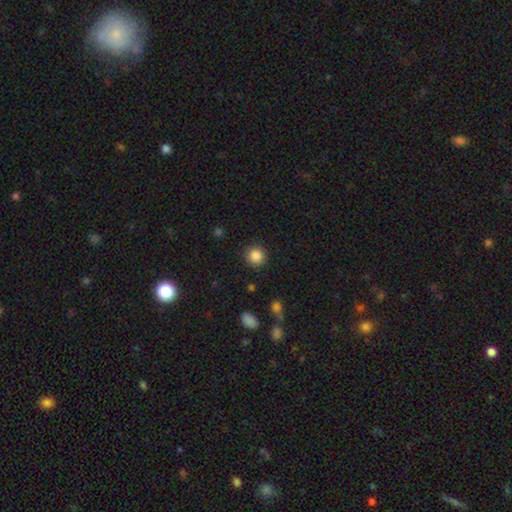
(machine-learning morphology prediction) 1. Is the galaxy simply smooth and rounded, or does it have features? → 86% smooth, 10% star or artifact, 4% featured or disk.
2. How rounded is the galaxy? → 92% round, 7% in between, 1% cigar-shaped.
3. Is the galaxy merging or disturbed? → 88% none, 8% minor disturbance, 3% major disturbance, 1% merger.